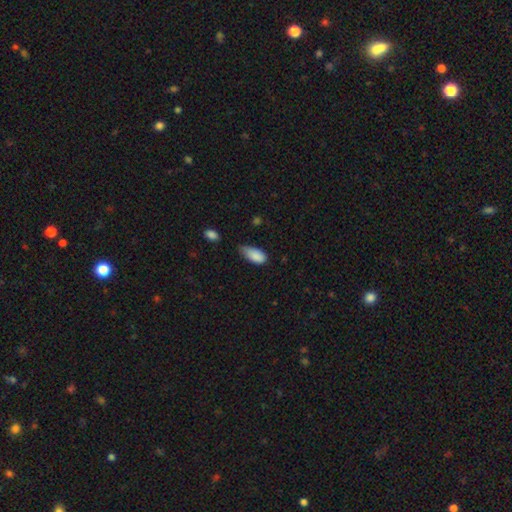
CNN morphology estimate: A smooth galaxy with no disk features (87%) that is in between round and cigar-shaped (91%). Merging: minor disturbance (51%).